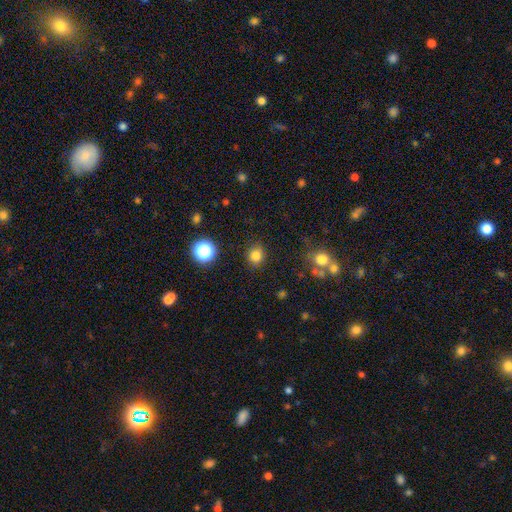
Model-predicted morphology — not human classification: Smooth or featured?
  - smooth: 82% *
  - star or artifact: 14%
  - featured or disk: 5%
How rounded?
  - round: 80% *
  - in between: 19%
  - cigar-shaped: 1%
Merging?
  - none: 85% *
  - minor disturbance: 10%
  - major disturbance: 3%
  - merger: 2%